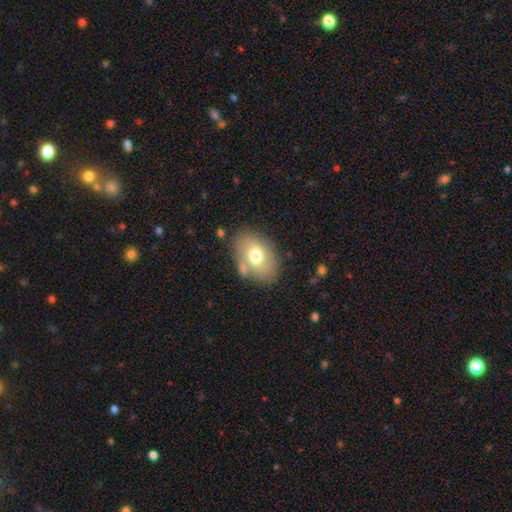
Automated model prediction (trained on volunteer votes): Q: Smooth or featured?
A: smooth (67%); runner-up: featured or disk (25%)
Q: How rounded?
A: in between (83%); runner-up: round (16%)
Q: Merging?
A: none (70%); runner-up: minor disturbance (17%)